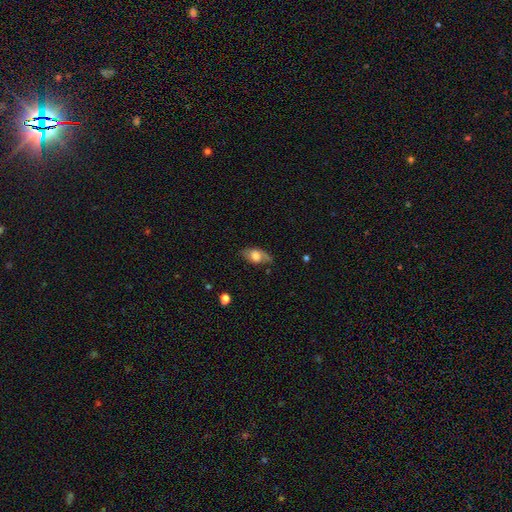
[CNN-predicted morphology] type=smooth (57%); roundness=in between (86%); merging=none (53%).